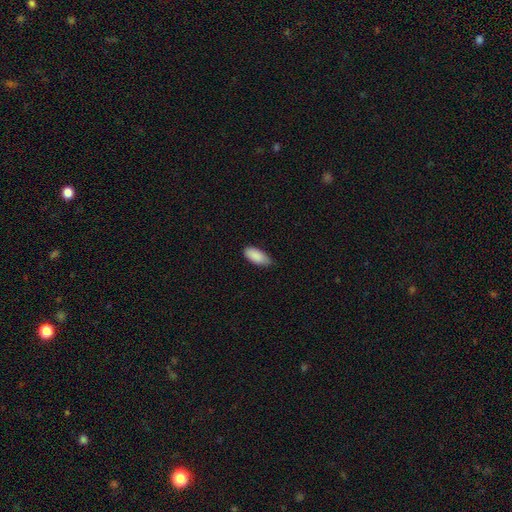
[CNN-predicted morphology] Smooth or featured?
  - smooth: 90% *
  - star or artifact: 6%
  - featured or disk: 4%
How rounded?
  - in between: 89% *
  - cigar-shaped: 9%
  - round: 2%
Merging?
  - none: 68% *
  - minor disturbance: 27%
  - major disturbance: 3%
  - merger: 1%